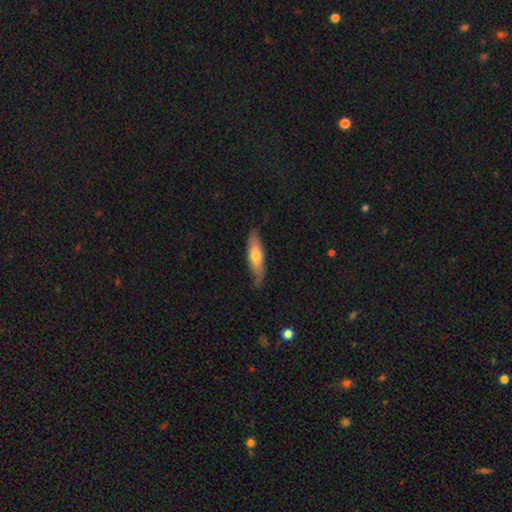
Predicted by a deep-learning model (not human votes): Morphology: type=smooth (60%); roundness=cigar-shaped (60%); merging=none (78%).